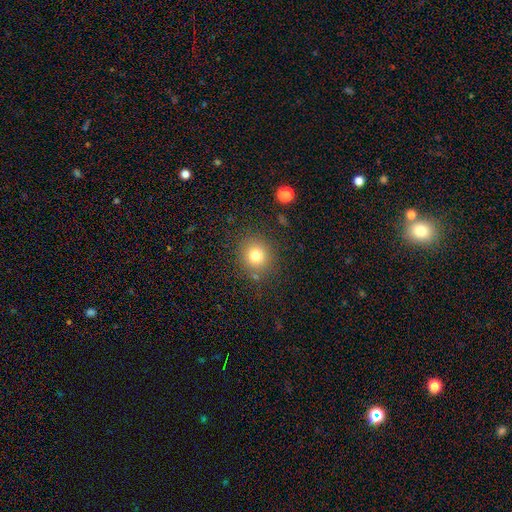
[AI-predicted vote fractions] Overall: smooth (77%). How rounded: round (88%). Merging: none (85%).